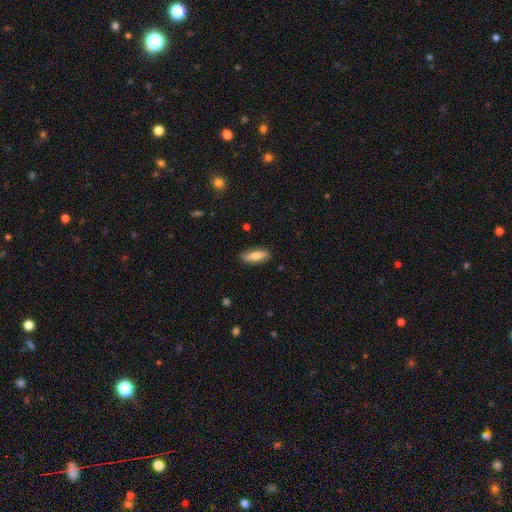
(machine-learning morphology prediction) This appears to be a smooth galaxy with no disk features (73%) that is in between round and cigar-shaped (65%). Merging: none (85%).